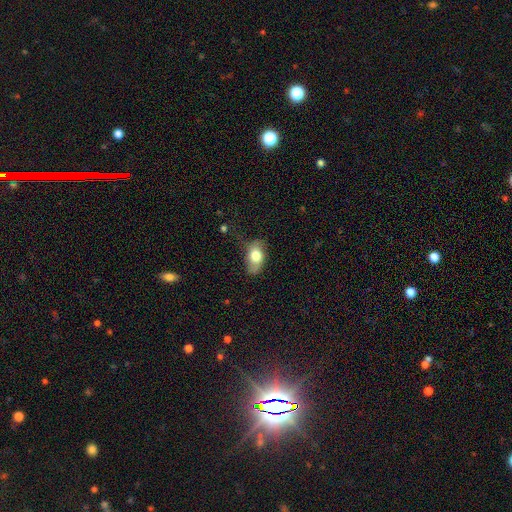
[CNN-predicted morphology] type=smooth (69%); roundness=in between (86%); merging=none (51%).